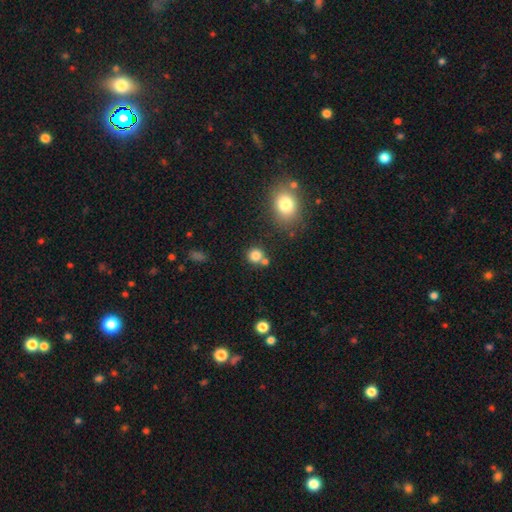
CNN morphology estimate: Smooth or featured: smooth — 81% (star or artifact — 12%)
How rounded: round — 88% (in between — 11%)
Merging: none — 68% (merger — 20%)